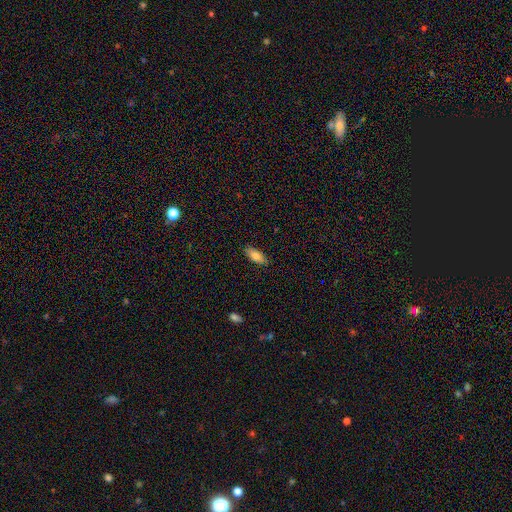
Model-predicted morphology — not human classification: smooth-or-featured: smooth: 79% | featured or disk: 14% | star or artifact: 7%
  how-rounded: in between: 82% | cigar-shaped: 16% | round: 2%
  merging: none: 88% | minor disturbance: 9% | major disturbance: 2% | merger: 1%